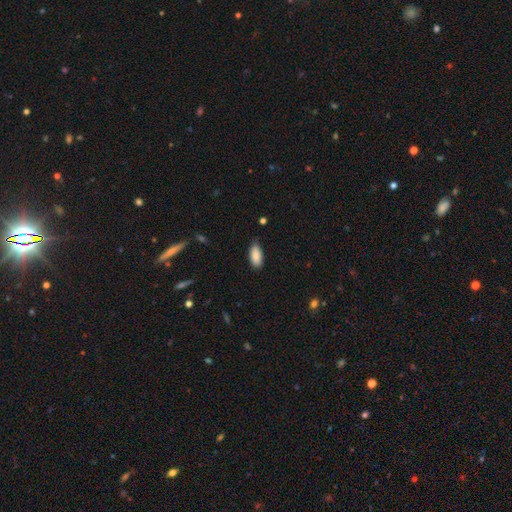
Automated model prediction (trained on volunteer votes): smooth_or_featured: smooth (p=0.88) [alt: star or artifact p=0.07]
how_rounded: in between (p=0.88) [alt: cigar-shaped p=0.10]
merging: none (p=0.80) [alt: minor disturbance p=0.17]